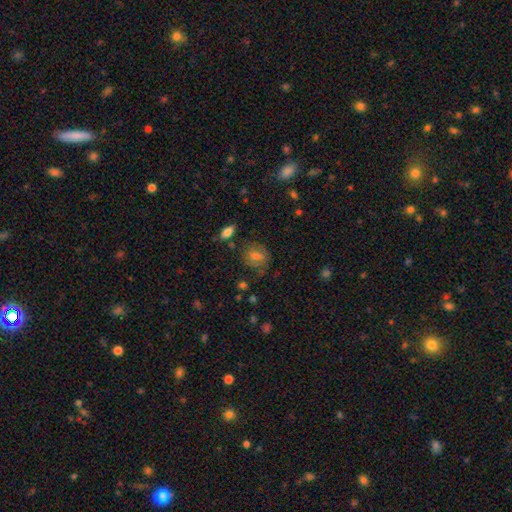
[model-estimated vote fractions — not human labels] Morphology: type=smooth (64%); roundness=round (67%); merging=none (73%).